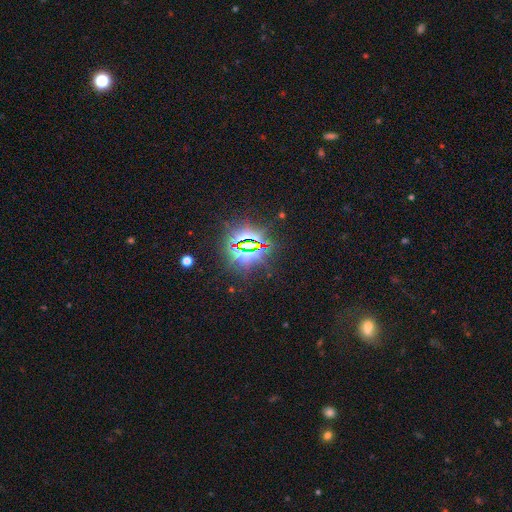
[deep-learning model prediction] Overall: star or artifact (82%).